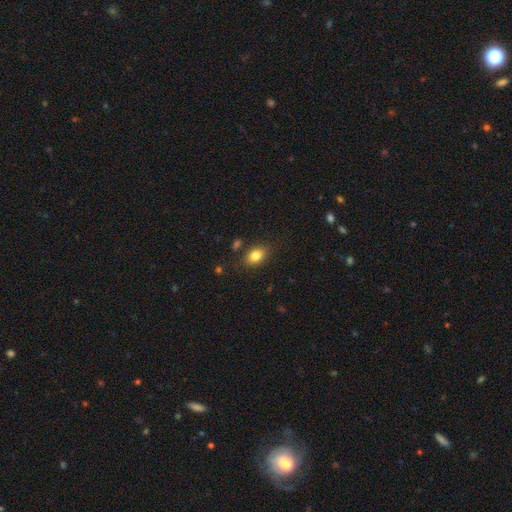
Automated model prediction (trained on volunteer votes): Smooth or featured?
  - smooth: 83% *
  - star or artifact: 9%
  - featured or disk: 8%
How rounded?
  - in between: 75% *
  - round: 23%
  - cigar-shaped: 2%
Merging?
  - none: 80% *
  - minor disturbance: 13%
  - merger: 4%
  - major disturbance: 3%